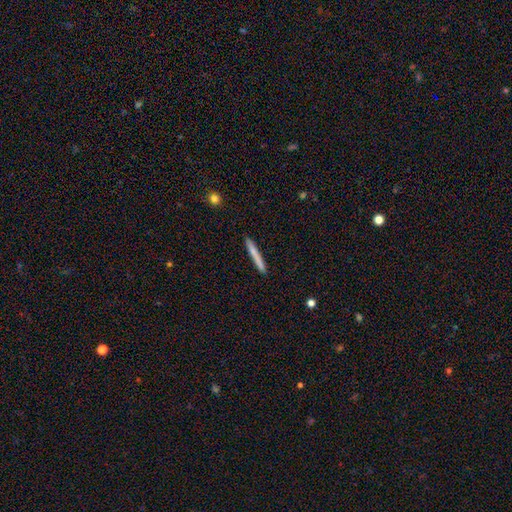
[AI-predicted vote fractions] Morphology: type=smooth (70%); roundness=cigar-shaped (96%); merging=none (91%).